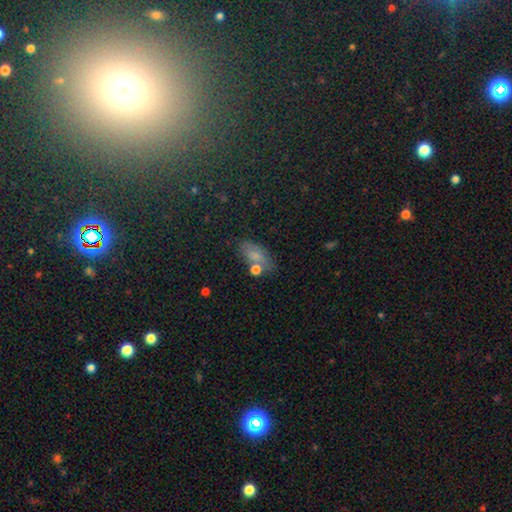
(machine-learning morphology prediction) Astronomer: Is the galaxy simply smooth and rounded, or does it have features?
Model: smooth — 69%.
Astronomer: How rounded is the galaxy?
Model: in between — 84%.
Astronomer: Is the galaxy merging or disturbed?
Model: none — 61%.